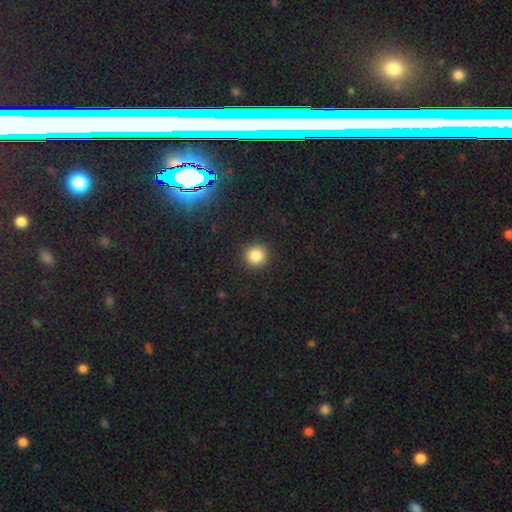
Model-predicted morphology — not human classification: Smooth or featured? smooth (84%)
How rounded? round (93%)
Merging? none (92%)